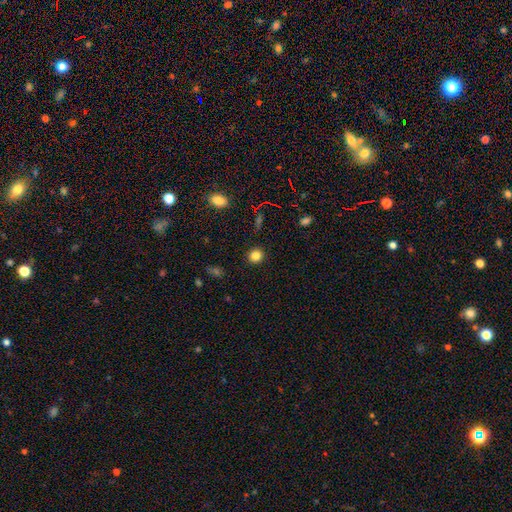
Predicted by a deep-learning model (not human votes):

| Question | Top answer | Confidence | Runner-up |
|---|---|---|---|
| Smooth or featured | smooth | 83% | star or artifact (12%) |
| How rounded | round | 87% | in between (12%) |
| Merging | none | 91% | minor disturbance (6%) |